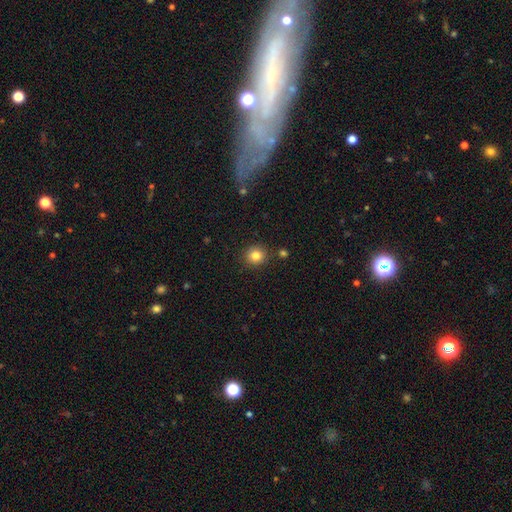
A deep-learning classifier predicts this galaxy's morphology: smooth_or_featured: smooth (p=0.83) [alt: star or artifact p=0.11]
how_rounded: round (p=0.88) [alt: in between p=0.11]
merging: none (p=0.86) [alt: minor disturbance p=0.08]